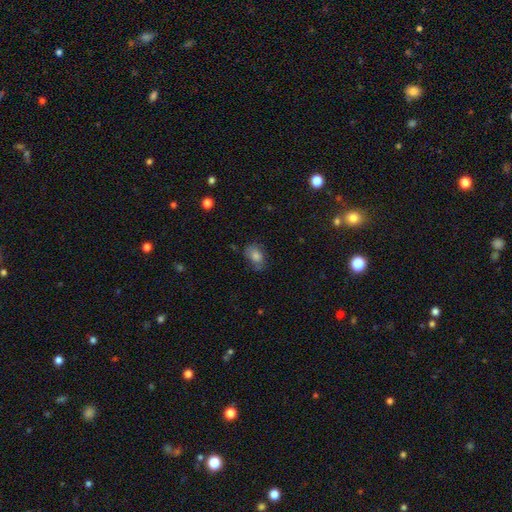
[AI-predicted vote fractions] smooth 76%, featured or disk 12%, star or artifact 12%. Down the decision tree: how rounded — in between (72%); merging — none (65%).